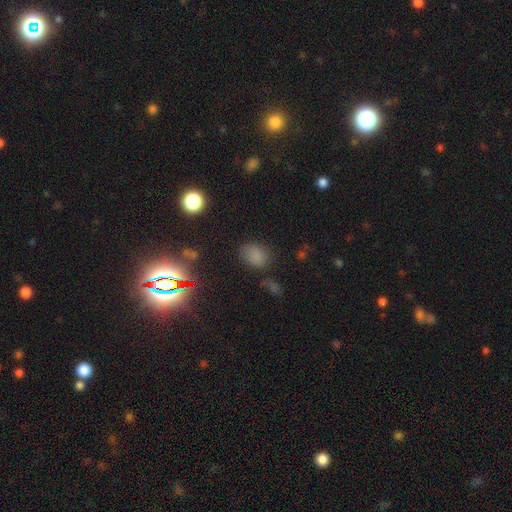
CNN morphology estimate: A smooth galaxy with no disk features (72%) that is in between round and cigar-shaped (74%). Merging: none (69%).